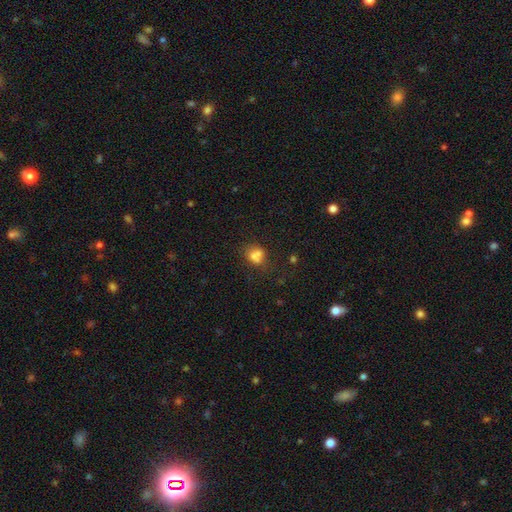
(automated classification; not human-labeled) smooth 68%, featured or disk 18%, star or artifact 14%. Down the decision tree: how rounded — round (60%); merging — merger (44%).